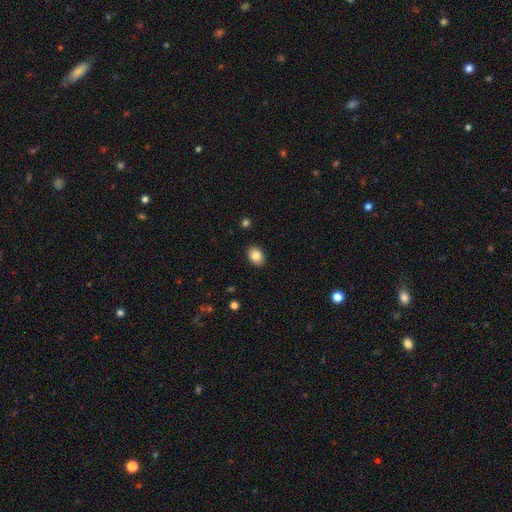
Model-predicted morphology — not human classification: Q: Smooth or featured?
A: smooth (84%); runner-up: star or artifact (8%)
Q: How rounded?
A: in between (72%); runner-up: round (27%)
Q: Merging?
A: none (89%); runner-up: minor disturbance (8%)